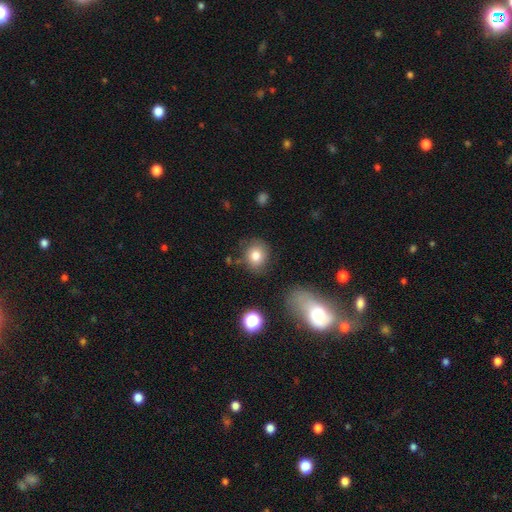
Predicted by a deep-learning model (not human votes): This is clearly a smooth galaxy (80%). How rounded: likely round (73%). Merging: likely none (77%).